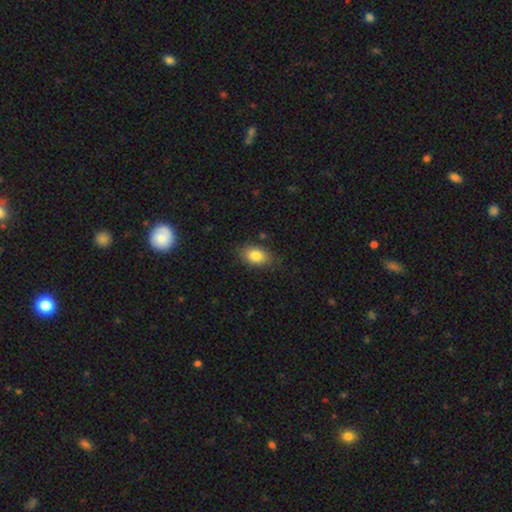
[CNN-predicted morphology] smooth-or-featured: smooth: 83% | featured or disk: 9% | star or artifact: 8%
  how-rounded: in between: 85% | round: 13% | cigar-shaped: 2%
  merging: none: 81% | minor disturbance: 15% | major disturbance: 3% | merger: 1%